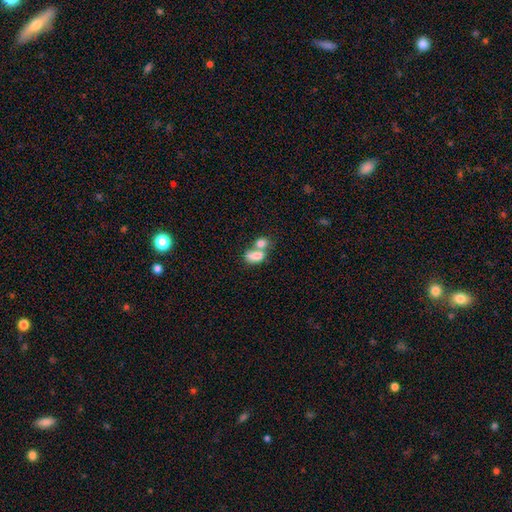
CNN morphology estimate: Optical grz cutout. It shows a smooth galaxy with no disk features (79%) that is in between round and cigar-shaped (85%). Merging: merger (63%).